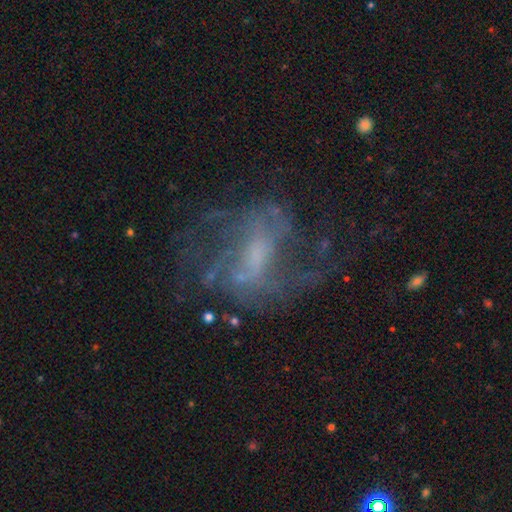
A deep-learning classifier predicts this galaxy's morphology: A featured or disk galaxy (77%) with a weak bar (46%), 2 (47%) loose (43%) spiral arms (81%) and a small central bulge (37%). Merging: none (56%).